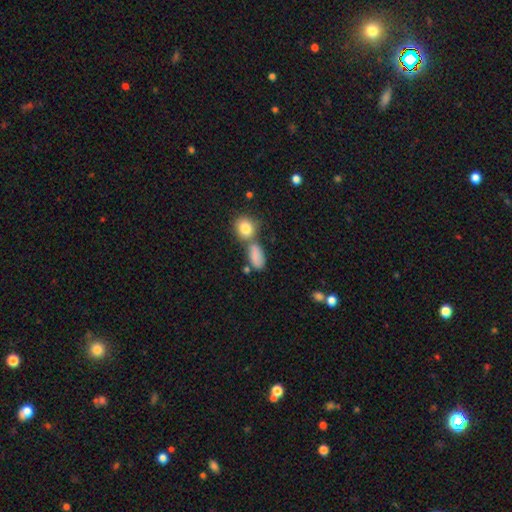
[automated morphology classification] smooth 82%, star or artifact 10%, featured or disk 8%. Down the decision tree: how rounded — in between (81%); merging — none (47%).